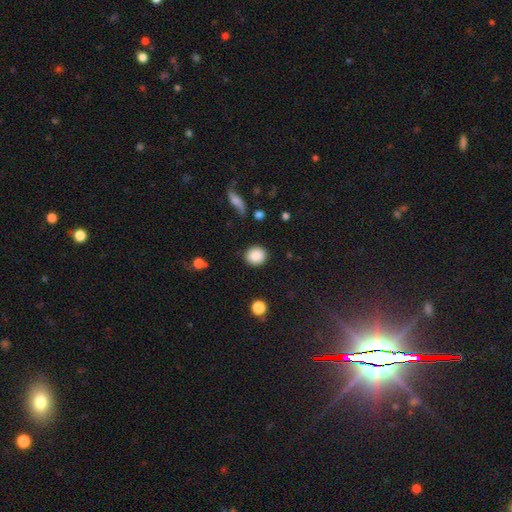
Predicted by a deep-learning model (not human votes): Morphology: type=smooth (88%); roundness=round (80%); merging=none (89%).